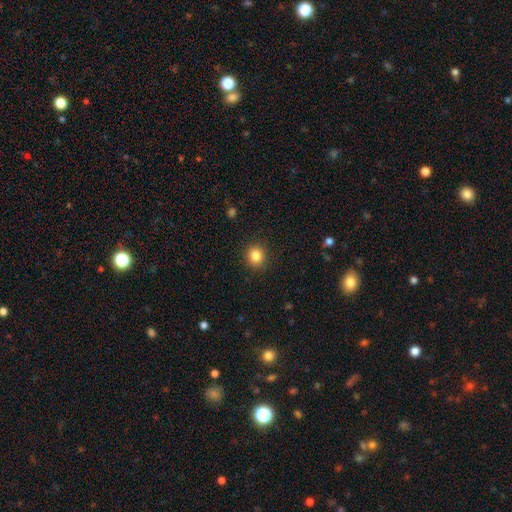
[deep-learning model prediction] smooth 84%, star or artifact 11%, featured or disk 5%. Down the decision tree: how rounded — round (89%); merging — none (90%).